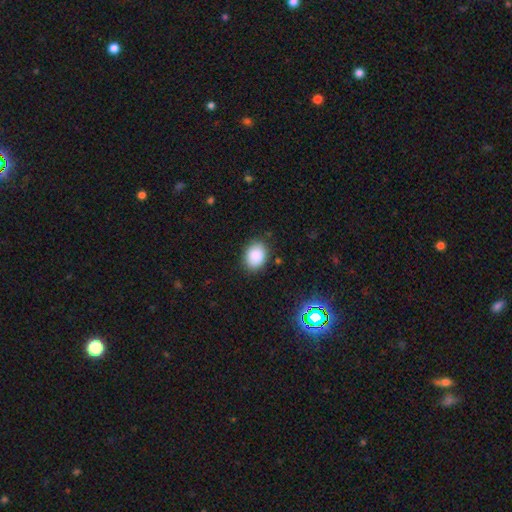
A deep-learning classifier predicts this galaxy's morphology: Smooth or featured?
  - smooth: 87% *
  - star or artifact: 9%
  - featured or disk: 4%
How rounded?
  - in between: 66% *
  - round: 33%
  - cigar-shaped: 1%
Merging?
  - none: 84% *
  - minor disturbance: 12%
  - major disturbance: 3%
  - merger: 1%